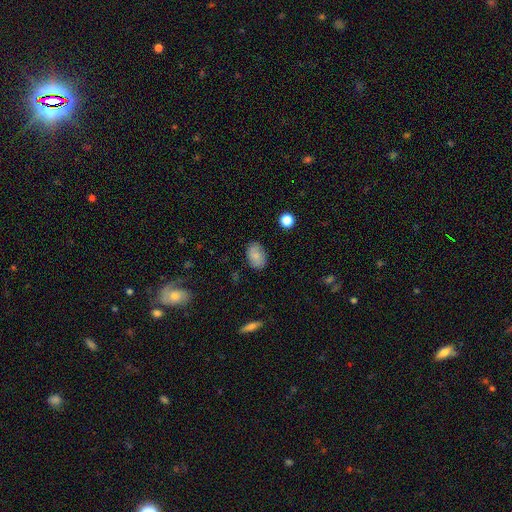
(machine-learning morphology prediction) Smooth or featured? smooth (81%)
How rounded? in between (87%)
Merging? none (84%)